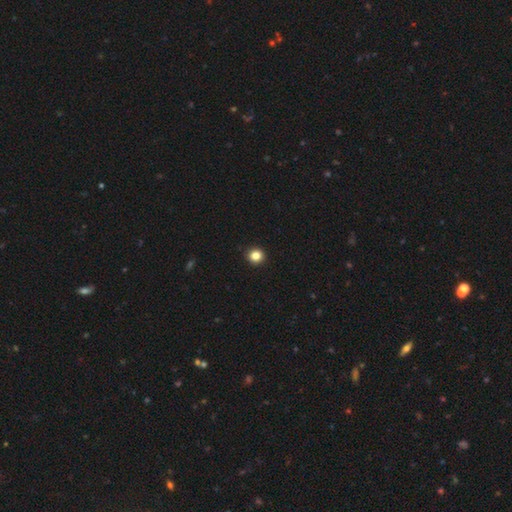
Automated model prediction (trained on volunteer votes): Smooth or featured?
  - smooth: 84% *
  - star or artifact: 12%
  - featured or disk: 4%
How rounded?
  - round: 92% *
  - in between: 7%
  - cigar-shaped: 1%
Merging?
  - none: 93% *
  - minor disturbance: 4%
  - major disturbance: 1%
  - merger: 1%